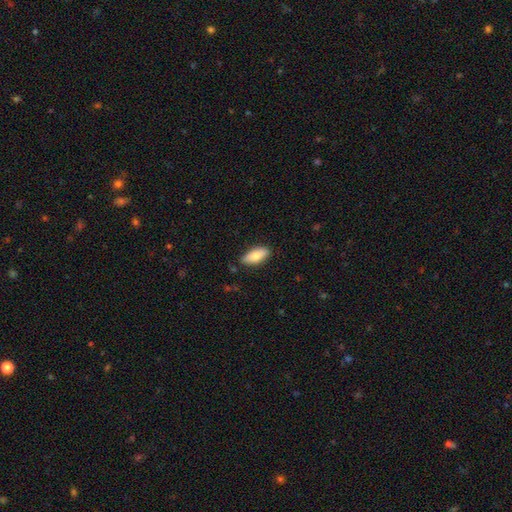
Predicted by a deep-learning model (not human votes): Smooth or featured? Predicted: smooth (p=0.81). How rounded? Predicted: in between (p=0.84). Merging? Predicted: none (p=0.84).